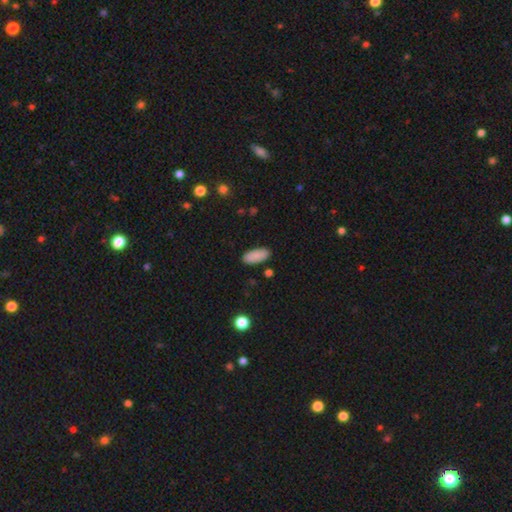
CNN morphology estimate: Q: Smooth or featured?
A: smooth (88%); runner-up: star or artifact (7%)
Q: How rounded?
A: in between (87%); runner-up: cigar-shaped (11%)
Q: Merging?
A: none (88%); runner-up: minor disturbance (9%)